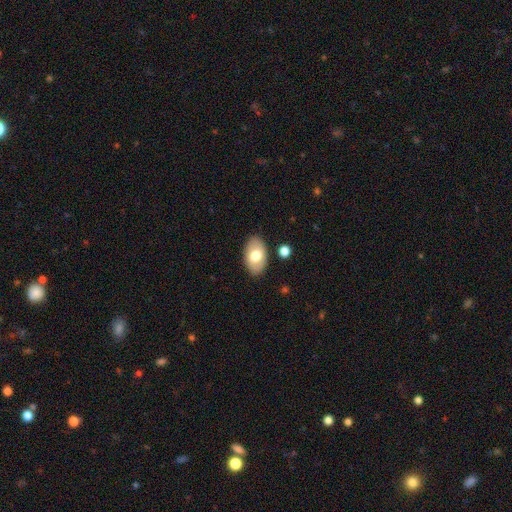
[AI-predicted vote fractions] smooth-or-featured: smooth: 72% | featured or disk: 21% | star or artifact: 6%
  how-rounded: in between: 93% | round: 5% | cigar-shaped: 1%
  merging: none: 85% | minor disturbance: 10% | merger: 2% | major disturbance: 2%